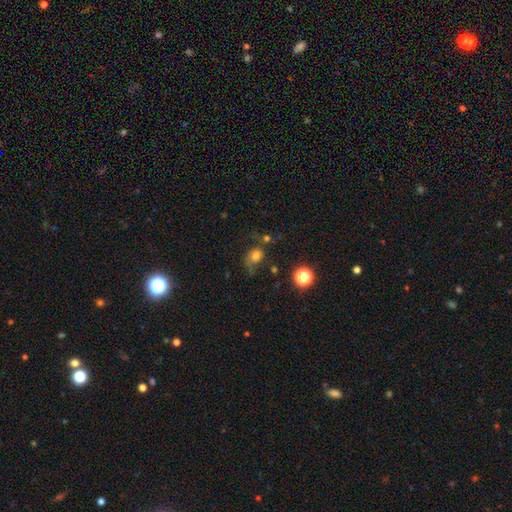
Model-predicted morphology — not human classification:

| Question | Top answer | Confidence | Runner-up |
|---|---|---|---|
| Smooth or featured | smooth | 64% | featured or disk (20%) |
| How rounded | round | 53% | in between (46%) |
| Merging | none | 41% | major disturbance (26%) |